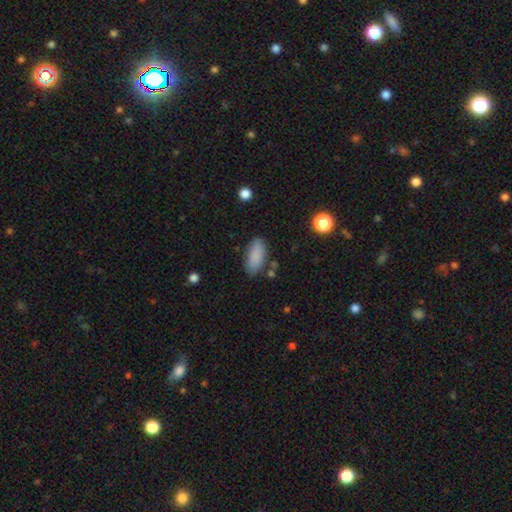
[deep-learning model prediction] smooth_or_featured: smooth (p=0.87) [alt: star or artifact p=0.07]
how_rounded: in between (p=0.86) [alt: cigar-shaped p=0.12]
merging: none (p=0.79) [alt: minor disturbance p=0.14]